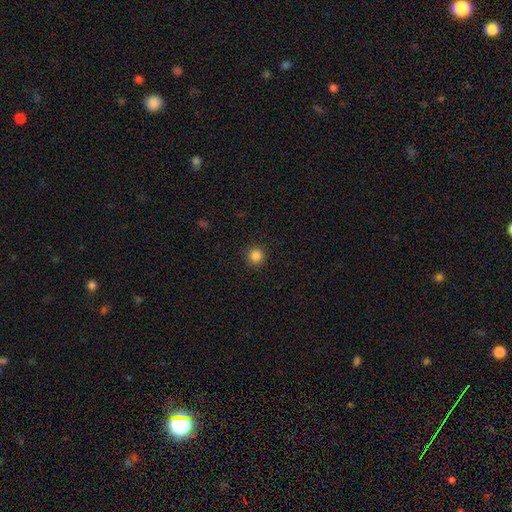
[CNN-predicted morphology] smooth_or_featured: smooth (p=0.85) [alt: star or artifact p=0.11]
how_rounded: round (p=0.96) [alt: in between p=0.03]
merging: none (p=0.92) [alt: minor disturbance p=0.05]